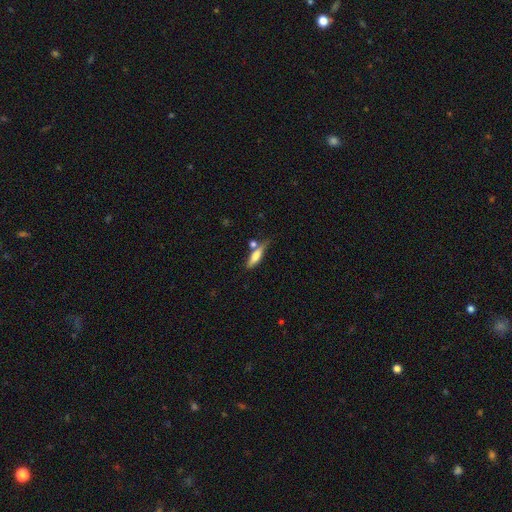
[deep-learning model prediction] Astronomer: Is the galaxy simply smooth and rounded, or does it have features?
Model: smooth — 67%.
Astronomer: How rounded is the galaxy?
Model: cigar-shaped — 67%.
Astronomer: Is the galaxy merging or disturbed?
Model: none — 56%.